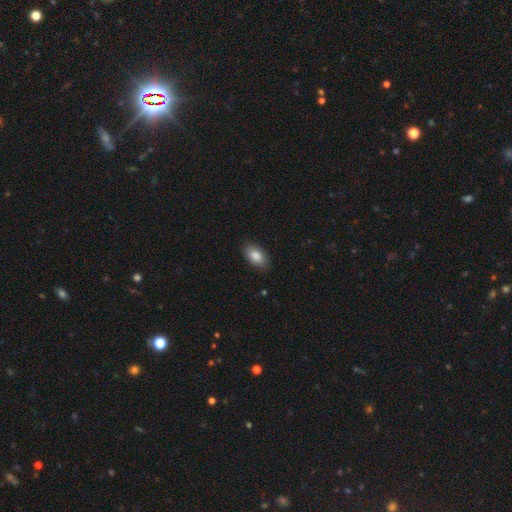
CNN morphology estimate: Smooth or featured? Predicted: smooth (p=0.85). How rounded? Predicted: in between (p=0.93). Merging? Predicted: none (p=0.86).